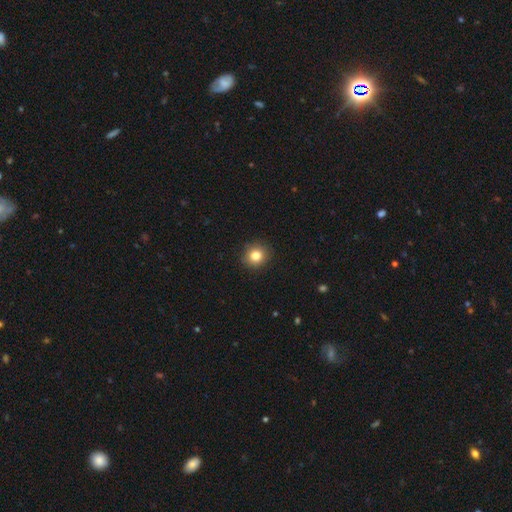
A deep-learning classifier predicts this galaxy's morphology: Smooth or featured: smooth — 82% (star or artifact — 11%)
How rounded: round — 86% (in between — 13%)
Merging: none — 90% (minor disturbance — 7%)